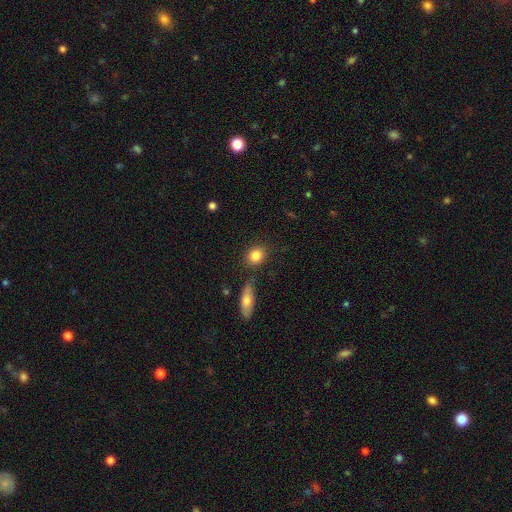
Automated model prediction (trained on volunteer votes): Smooth or featured? smooth (83%)
How rounded? round (55%)
Merging? none (79%)